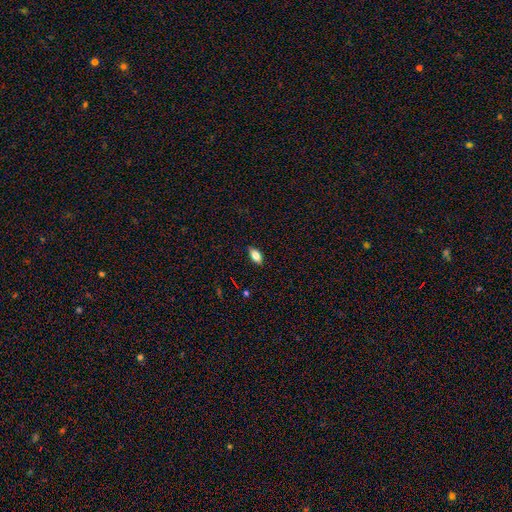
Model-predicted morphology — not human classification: Smooth or featured? smooth (76%)
How rounded? in between (88%)
Merging? none (87%)